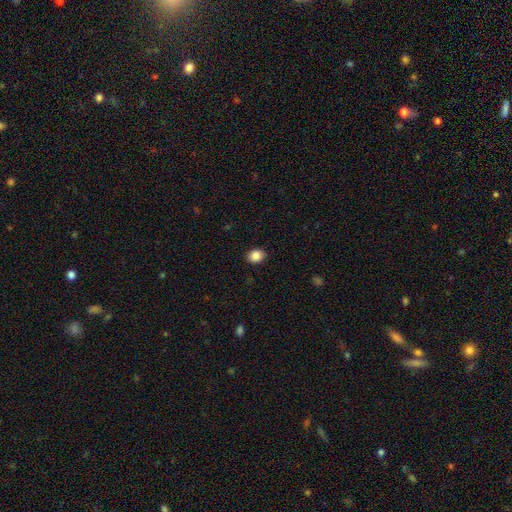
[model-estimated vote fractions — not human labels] smooth 87%, star or artifact 9%, featured or disk 4%. Down the decision tree: how rounded — round (51%); merging — none (89%).